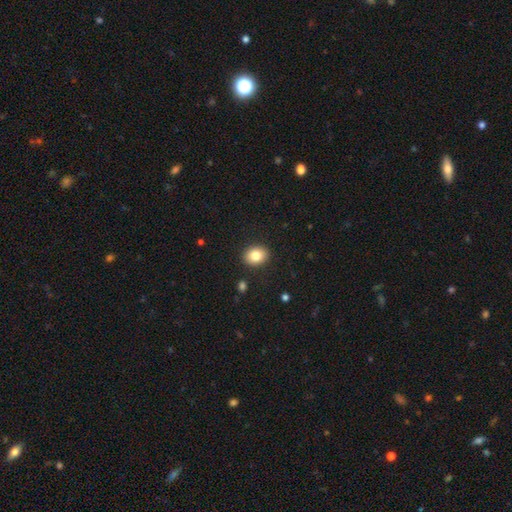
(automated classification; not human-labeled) Smooth or featured: smooth — 82% (featured or disk — 9%)
How rounded: in between — 54% (round — 45%)
Merging: none — 90% (minor disturbance — 7%)